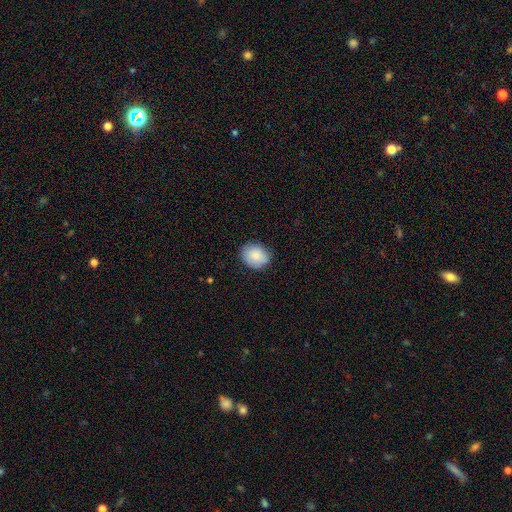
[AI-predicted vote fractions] Smooth or featured?
  - smooth: 85% *
  - featured or disk: 8%
  - star or artifact: 7%
How rounded?
  - round: 60% *
  - in between: 39%
  - cigar-shaped: 1%
Merging?
  - none: 79% *
  - minor disturbance: 17%
  - major disturbance: 3%
  - merger: 1%